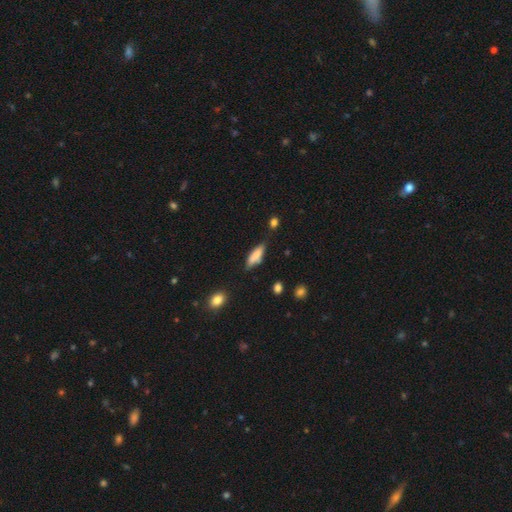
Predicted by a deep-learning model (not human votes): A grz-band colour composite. It shows a smooth galaxy with no disk features (75%) that is cigar-shaped (50%). Merging: none (67%).